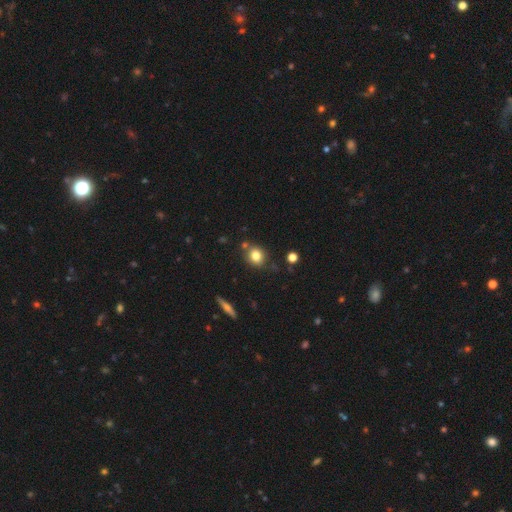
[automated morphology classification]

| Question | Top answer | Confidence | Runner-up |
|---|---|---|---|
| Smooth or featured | smooth | 80% | star or artifact (11%) |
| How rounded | round | 73% | in between (26%) |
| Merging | none | 77% | minor disturbance (12%) |